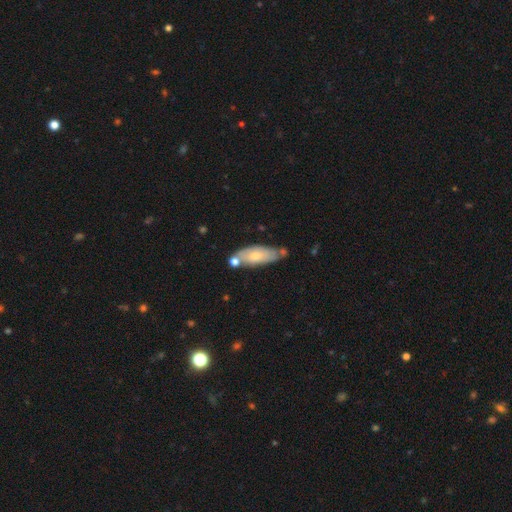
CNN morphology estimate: A smooth galaxy with no disk features (60%) that is in between round and cigar-shaped (69%).

Vote fractions:
- Smooth or featured? smooth: 60% / featured or disk: 34% / star or artifact: 6%
- How rounded? in between: 69% / cigar-shaped: 29% / round: 2%
- Merging? none: 58% / minor disturbance: 21% / merger: 17% / major disturbance: 5%